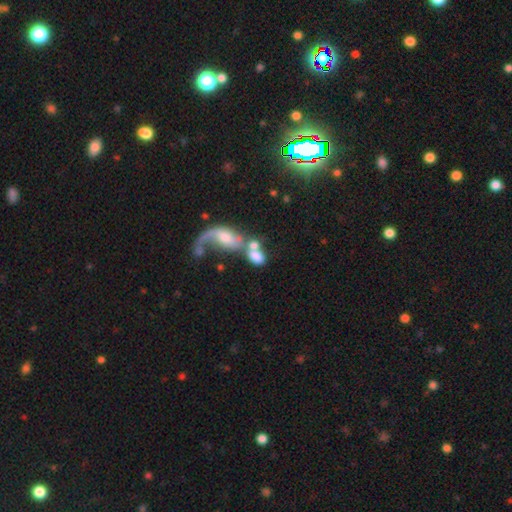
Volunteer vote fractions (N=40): Overall: smooth (70%). How rounded: in between (93%). Merging: merger (59%; major disturbance 22%).